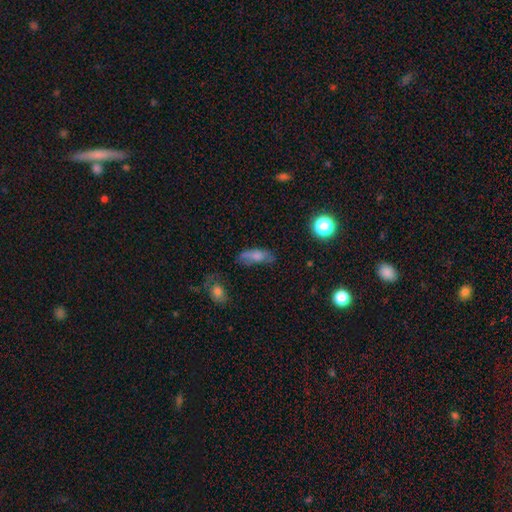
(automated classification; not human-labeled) smooth_or_featured: smooth (p=0.67) [alt: featured or disk p=0.21]
how_rounded: in between (p=0.69) [alt: cigar-shaped p=0.26]
merging: none (p=0.52) [alt: minor disturbance p=0.28]